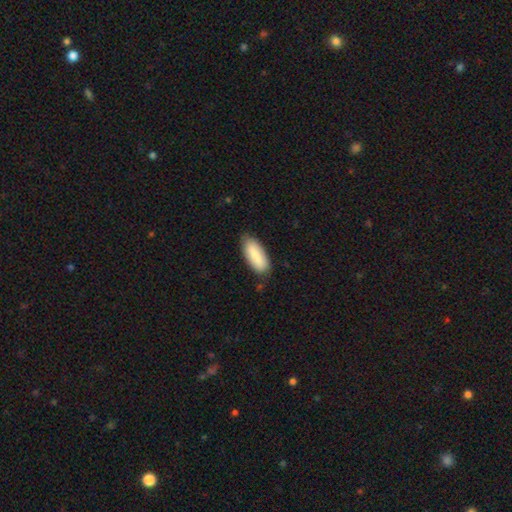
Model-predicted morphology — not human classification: Smooth or featured? Predicted: smooth (p=0.81). How rounded? Predicted: in between (p=0.80). Merging? Predicted: none (p=0.81).